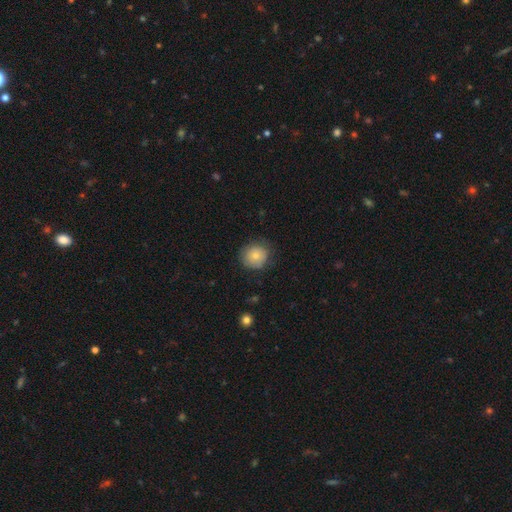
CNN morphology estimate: A smooth galaxy with no disk features (80%) that is round (83%). Merging: none (77%).